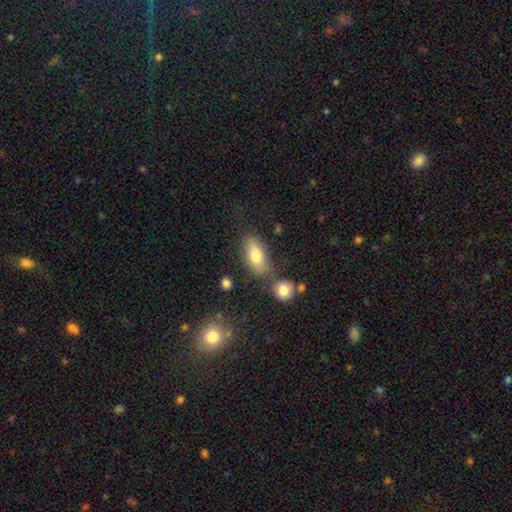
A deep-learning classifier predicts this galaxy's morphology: Q: Smooth or featured?
A: smooth (76%); runner-up: featured or disk (15%)
Q: How rounded?
A: in between (86%); runner-up: cigar-shaped (9%)
Q: Merging?
A: none (63%); runner-up: minor disturbance (16%)